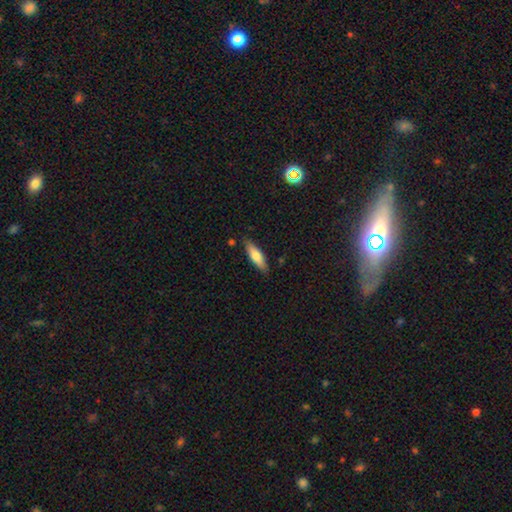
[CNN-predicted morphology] A smooth galaxy with no disk features (71%) that is cigar-shaped (57%).

Vote fractions:
- Smooth or featured? smooth: 71% / featured or disk: 23% / star or artifact: 6%
- How rounded? cigar-shaped: 57% / in between: 41% / round: 2%
- Merging? none: 84% / minor disturbance: 12% / major disturbance: 2% / merger: 2%